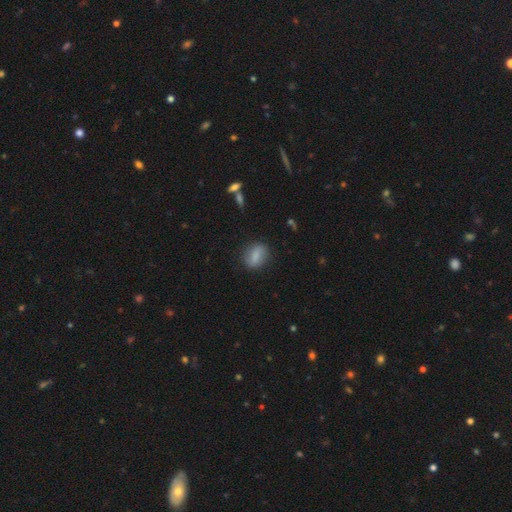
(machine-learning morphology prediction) Smooth or featured? smooth (76%)
How rounded? in between (65%)
Merging? none (81%)